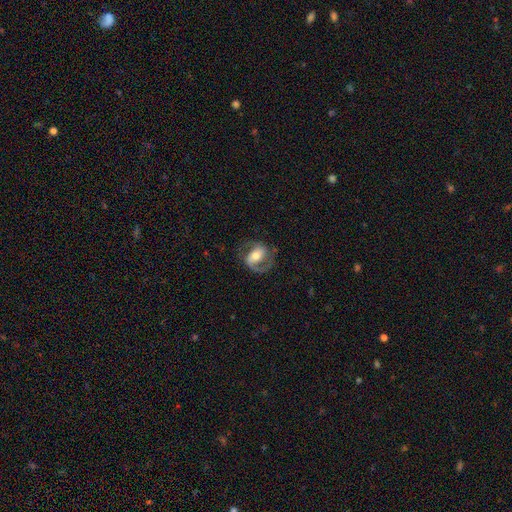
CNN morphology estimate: Smooth or featured? featured or disk (79%)
Edge-on disk? no (97%)
Bar? weak (37%)
Spiral arms? yes (92%)
Spiral winding? medium (53%)
Spiral arm count? 2 (80%)
Bulge size? moderate (64%)
Merging? none (71%)